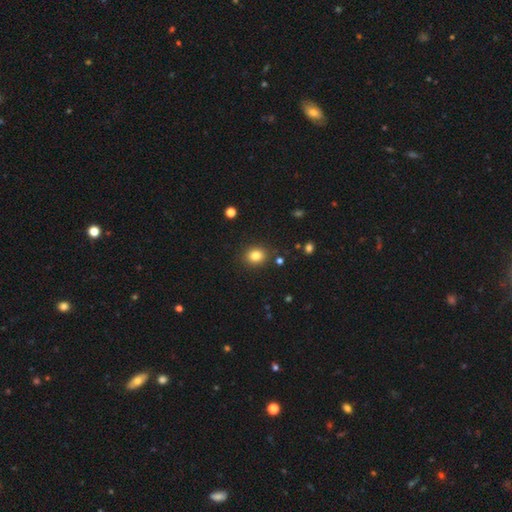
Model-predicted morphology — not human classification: Smooth or featured? Predicted: smooth (p=0.82). How rounded? Predicted: round (p=0.70). Merging? Predicted: none (p=0.88).